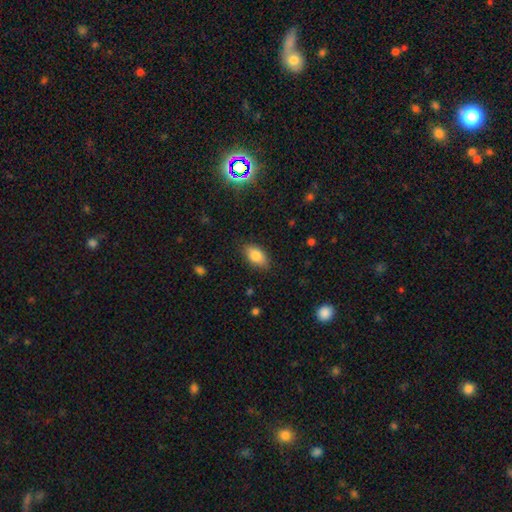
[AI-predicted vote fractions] Smooth or featured? smooth (82%)
How rounded? in between (91%)
Merging? none (85%)